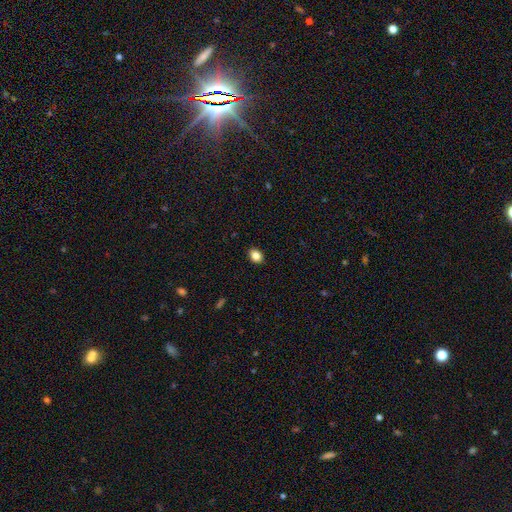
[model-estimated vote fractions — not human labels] A smooth galaxy with no disk features (85%) that is in between round and cigar-shaped (65%).

Vote fractions:
- Smooth or featured? smooth: 85% / star or artifact: 9% / featured or disk: 5%
- How rounded? in between: 65% / round: 34% / cigar-shaped: 1%
- Merging? none: 90% / minor disturbance: 7% / major disturbance: 2% / merger: 1%